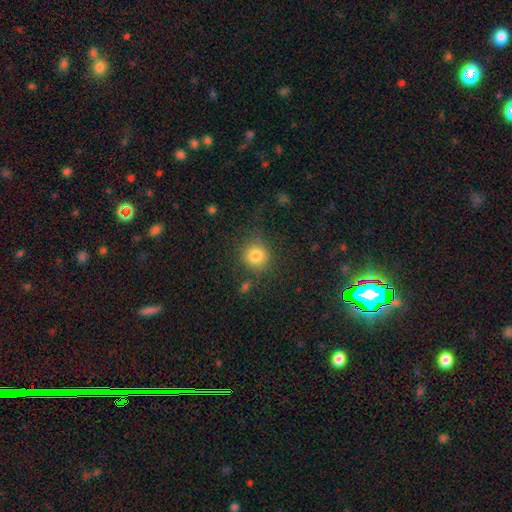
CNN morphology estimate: Smooth or featured? Predicted: smooth (p=0.81). How rounded? Predicted: round (p=0.90). Merging? Predicted: none (p=0.77).